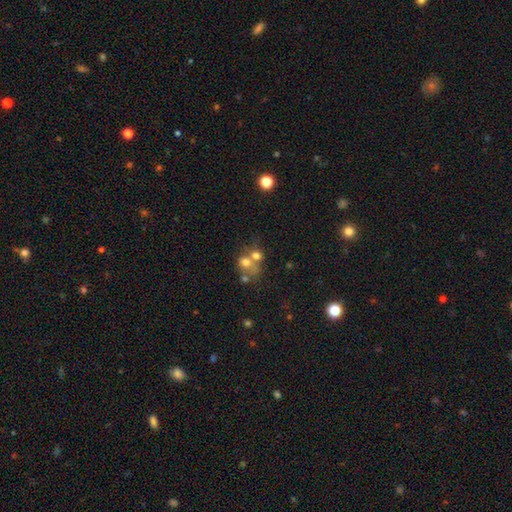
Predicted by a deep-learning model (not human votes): Smooth or featured?
  - smooth: 63% *
  - featured or disk: 22%
  - star or artifact: 15%
How rounded?
  - round: 71% *
  - in between: 28%
  - cigar-shaped: 1%
Merging?
  - merger: 59% *
  - none: 28%
  - minor disturbance: 7%
  - major disturbance: 6%